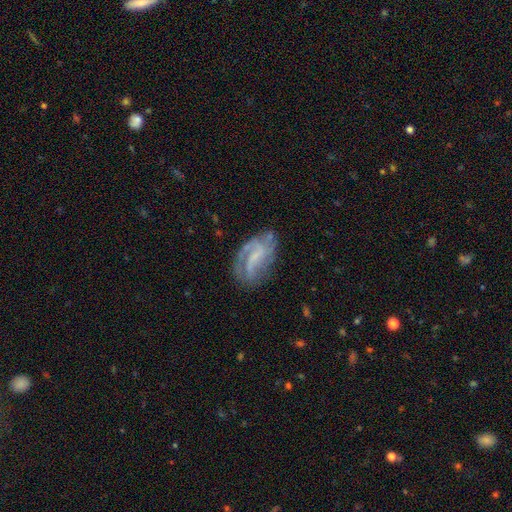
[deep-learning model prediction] This appears to be a featured or disk galaxy (76%) with a weak bar (45%), 2 (40%) medium (42%) spiral arms (87%) and no central bulge (46%). Merging: none (59%).